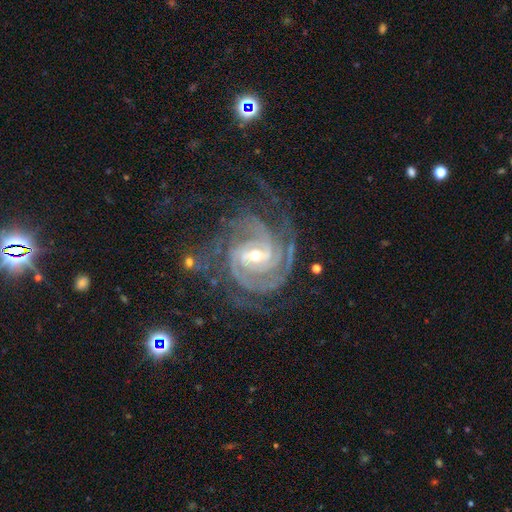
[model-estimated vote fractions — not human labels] featured or disk 92%, star or artifact 5%, smooth 3%. Down the decision tree: edge-on disk — no (98%); bar — weak (44%); spiral arms — yes (99%); spiral arm count — 3 (30%); spiral winding — tight (70%); bulge size — small (56%); merging — none (65%).